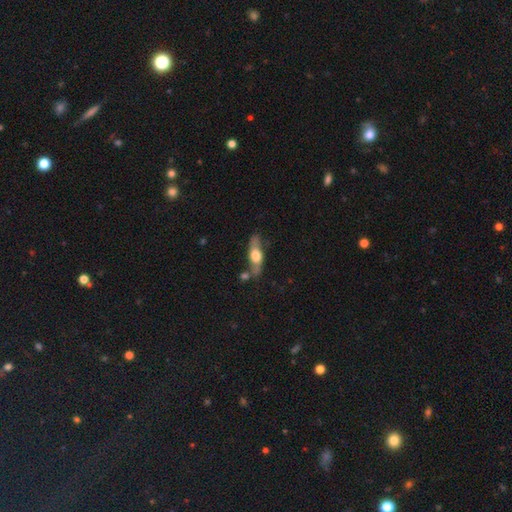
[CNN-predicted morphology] Q: Smooth or featured?
A: featured or disk (51%); runner-up: smooth (43%)
Q: Edge-on disk?
A: yes (69%); runner-up: no (31%)
Q: Merging?
A: none (66%); runner-up: minor disturbance (18%)